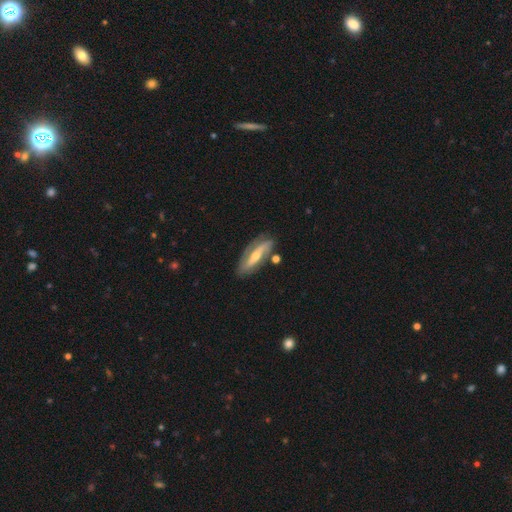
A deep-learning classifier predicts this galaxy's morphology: smooth-or-featured: featured or disk: 70% | smooth: 24% | star or artifact: 6%
  disk-edge-on: no: 69% | yes: 31%
  merging: none: 72% | minor disturbance: 17% | major disturbance: 5% | merger: 5%